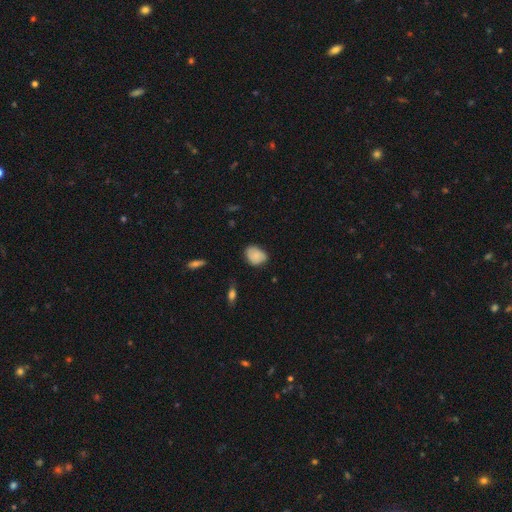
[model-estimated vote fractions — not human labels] smooth 81%, featured or disk 11%, star or artifact 8%. Down the decision tree: how rounded — in between (68%); merging — none (67%).